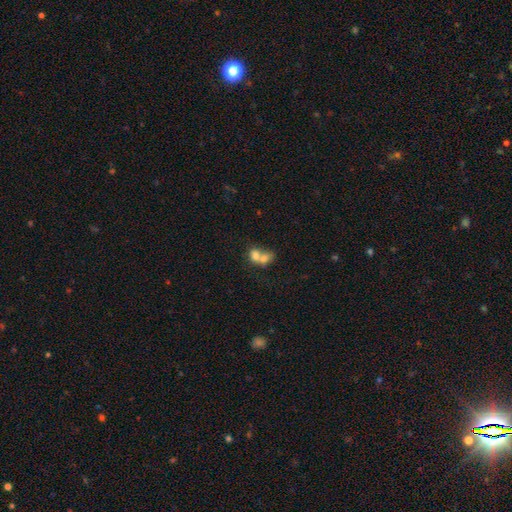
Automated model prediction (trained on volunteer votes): Smooth or featured: smooth — 71% (featured or disk — 19%)
How rounded: in between — 53% (round — 45%)
Merging: merger — 74% (none — 17%)